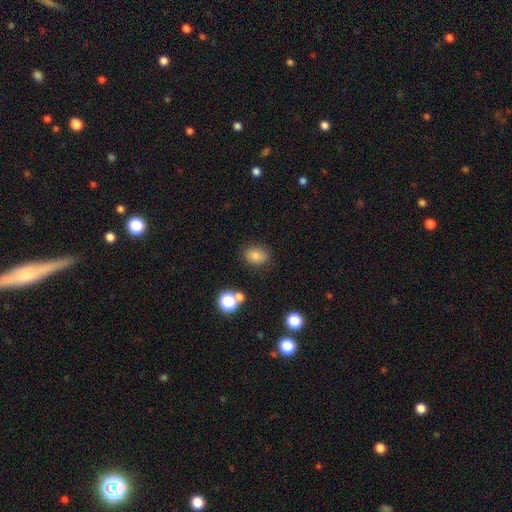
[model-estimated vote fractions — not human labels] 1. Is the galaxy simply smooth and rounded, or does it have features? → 80% smooth, 13% star or artifact, 8% featured or disk.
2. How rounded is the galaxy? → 66% in between, 33% round, 1% cigar-shaped.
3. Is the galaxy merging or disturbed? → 81% none, 13% minor disturbance, 4% major disturbance, 3% merger.